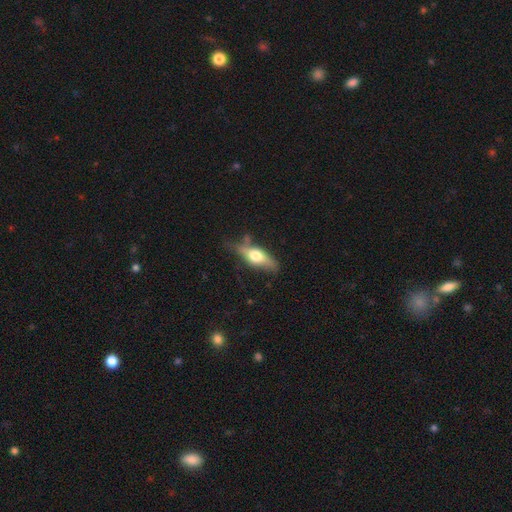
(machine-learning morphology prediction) featured or disk 47% (tied), smooth 47% (tied), star or artifact 6%. Down the decision tree: merging — none (63%).